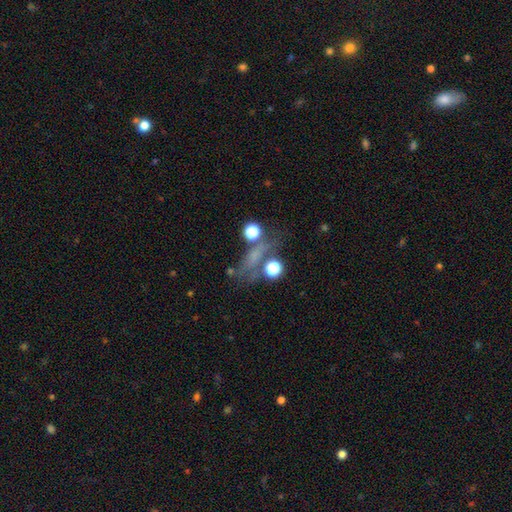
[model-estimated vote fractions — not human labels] A star or artifact, not a galaxy (40%).

Vote fractions:
- Smooth or featured? star or artifact: 40% / smooth: 38% / featured or disk: 22%